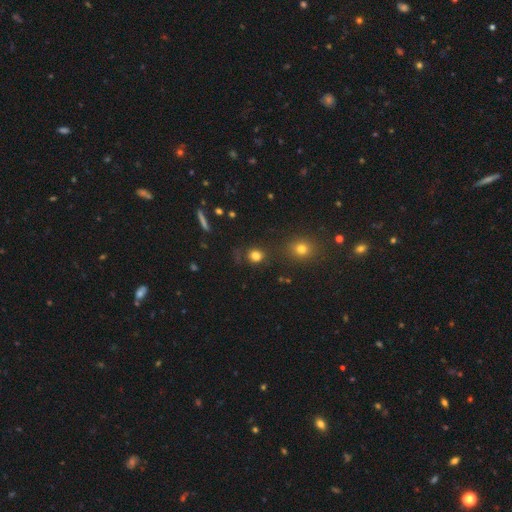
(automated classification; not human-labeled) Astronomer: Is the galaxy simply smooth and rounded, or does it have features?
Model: smooth — 78%.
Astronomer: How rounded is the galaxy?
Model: round — 78%.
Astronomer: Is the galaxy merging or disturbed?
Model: none — 77%.